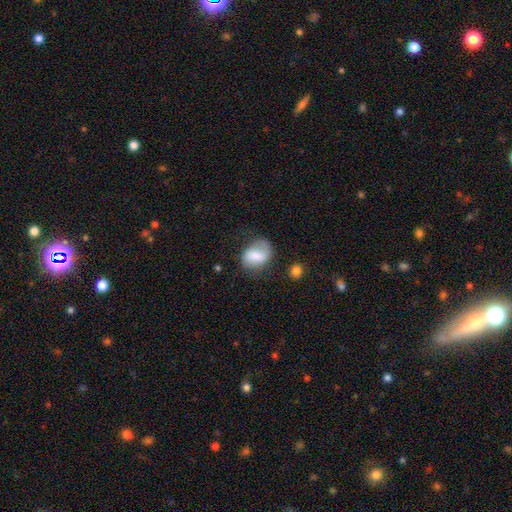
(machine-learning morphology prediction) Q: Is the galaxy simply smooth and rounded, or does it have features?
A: smooth — 61%.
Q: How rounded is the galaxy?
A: in between — 70%.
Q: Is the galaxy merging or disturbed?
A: none — 56%.